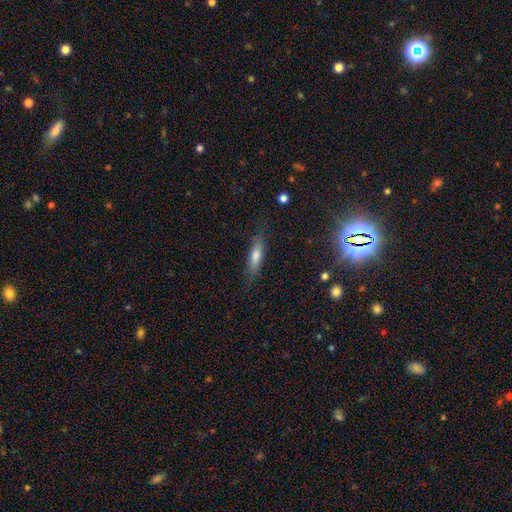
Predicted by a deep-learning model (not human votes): Smooth or featured?
  - smooth: 63% *
  - featured or disk: 28%
  - star or artifact: 9%
How rounded?
  - cigar-shaped: 74% *
  - in between: 24%
  - round: 2%
Merging?
  - none: 79% *
  - minor disturbance: 15%
  - major disturbance: 4%
  - merger: 1%